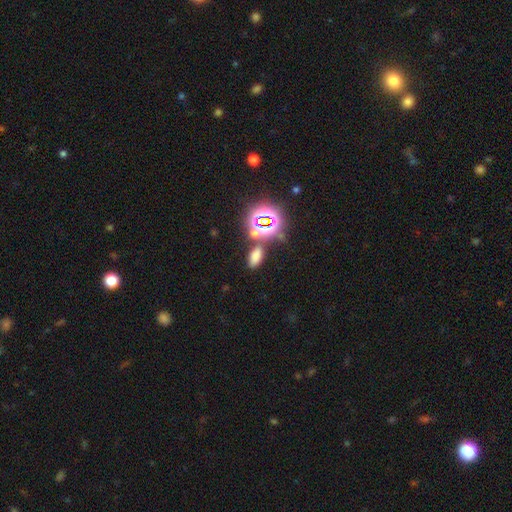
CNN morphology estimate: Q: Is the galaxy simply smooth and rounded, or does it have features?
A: smooth — 61%.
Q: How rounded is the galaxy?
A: in between — 81%.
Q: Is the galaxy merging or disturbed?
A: none — 73%.